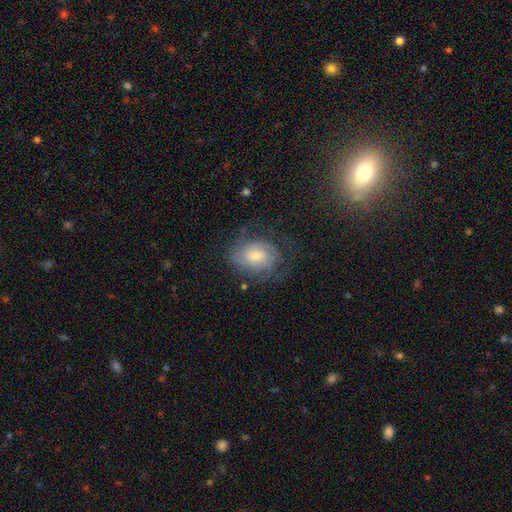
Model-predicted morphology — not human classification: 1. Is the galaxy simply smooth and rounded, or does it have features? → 66% featured or disk, 25% smooth, 10% star or artifact.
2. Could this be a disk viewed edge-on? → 97% no, 3% yes.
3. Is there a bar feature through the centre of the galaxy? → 62% no, 32% weak, 6% strong.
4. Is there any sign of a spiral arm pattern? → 87% yes, 13% no.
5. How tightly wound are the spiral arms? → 49% tight, 37% medium, 14% loose.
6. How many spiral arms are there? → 42% can't tell, 30% 2, 13% 3, 7% 1, 5% 4, 4% more than 4.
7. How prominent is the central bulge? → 46% moderate, 45% small, 5% large, 3% none, 1% dominant.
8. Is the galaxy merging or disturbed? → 60% none, 21% minor disturbance, 18% major disturbance, 2% merger.